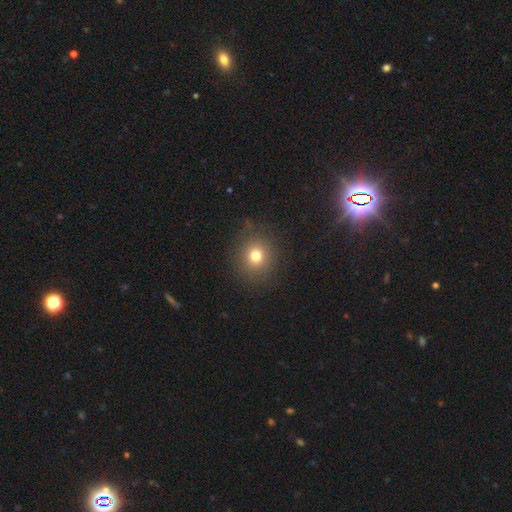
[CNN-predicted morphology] Overall: smooth (76%). How rounded: round (84%). Merging: none (87%).